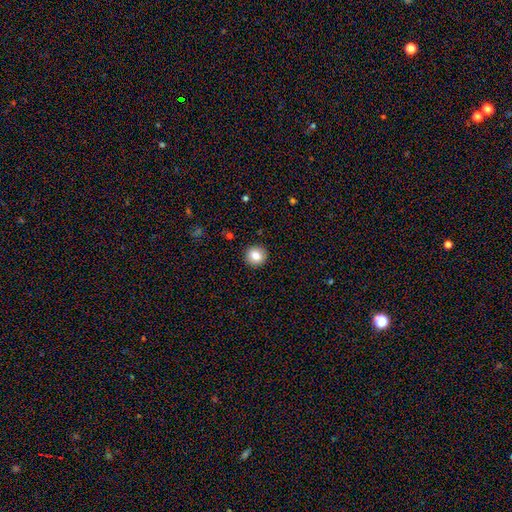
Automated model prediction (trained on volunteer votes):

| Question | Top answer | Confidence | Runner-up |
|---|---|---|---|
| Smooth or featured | smooth | 83% | star or artifact (9%) |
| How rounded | round | 94% | in between (5%) |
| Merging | none | 93% | minor disturbance (5%) |